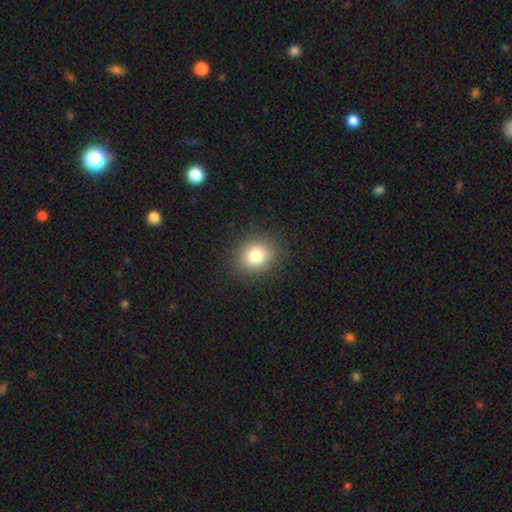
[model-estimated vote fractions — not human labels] The model was most divided on "how rounded": round: 72%, in between: 27%, cigar-shaped: 1%. More confident: merging — none (88%); smooth or featured — smooth (80%).